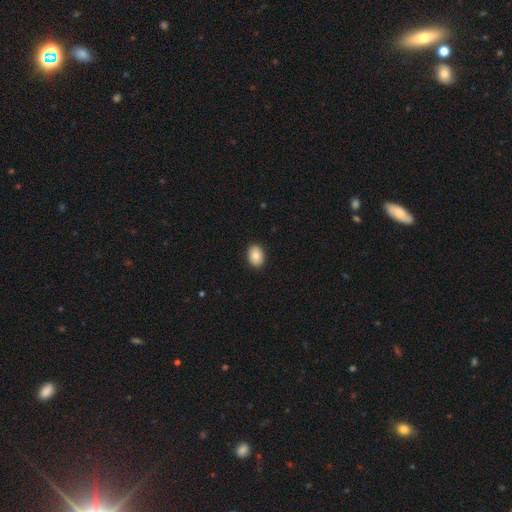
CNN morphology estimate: type=smooth (82%); roundness=in between (68%); merging=none (91%).